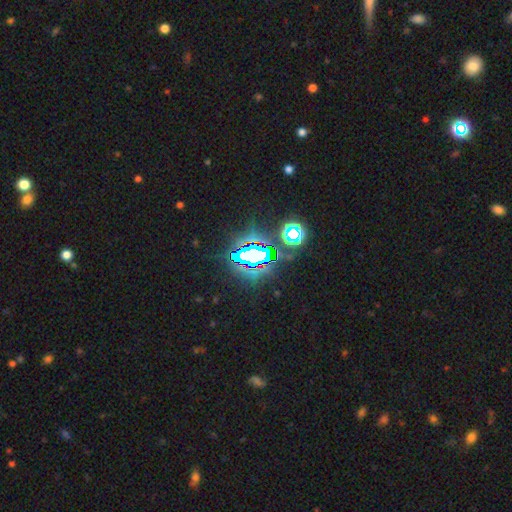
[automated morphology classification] Smooth or featured?
  - star or artifact: 71% *
  - smooth: 16%
  - featured or disk: 13%